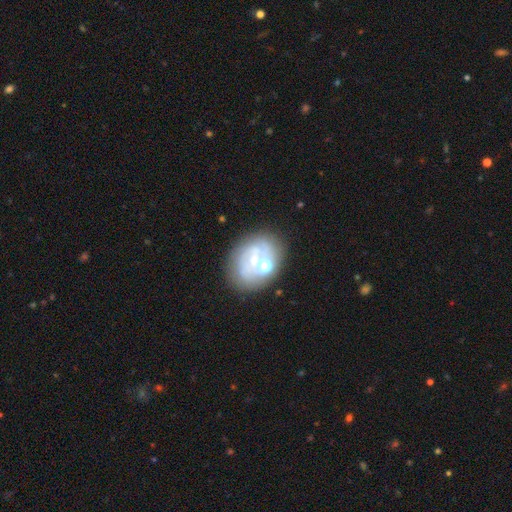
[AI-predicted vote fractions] Smooth or featured? featured or disk (47%)
Merging? none (66%)